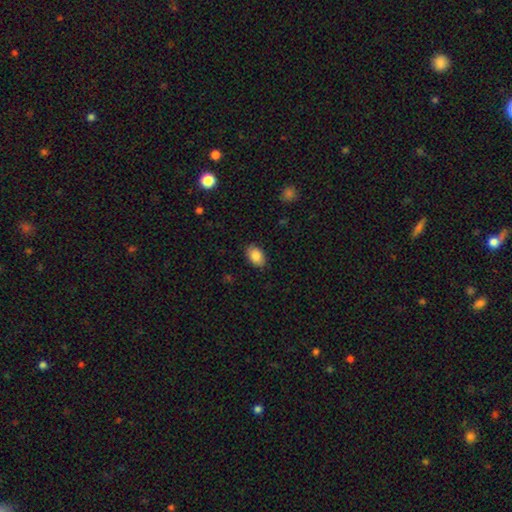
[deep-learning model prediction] Morphology: type=smooth (86%); roundness=in between (89%); merging=none (86%).